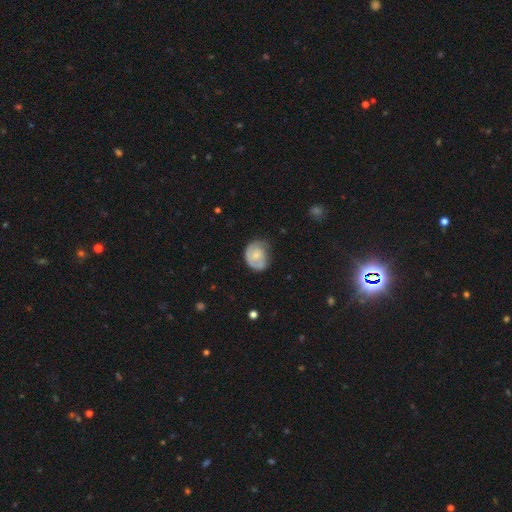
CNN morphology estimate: The model was most divided on "smooth or featured": featured or disk: 50%, smooth: 43%, star or artifact: 6%. More confident: edge-on disk — no (97%); merging — none (51%).